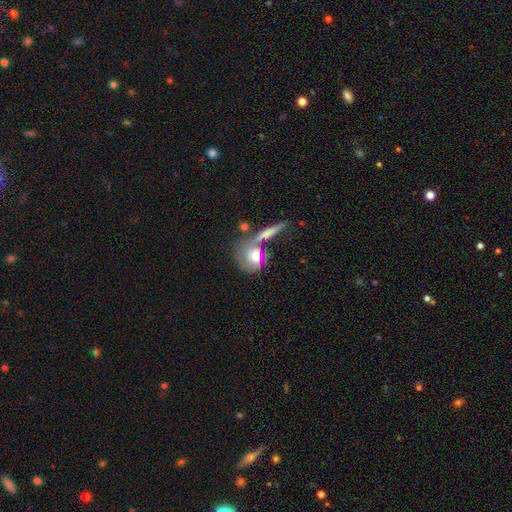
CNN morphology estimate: This appears to be a smooth galaxy with no disk features (61%) that is round (62%). Merging: none (45%).